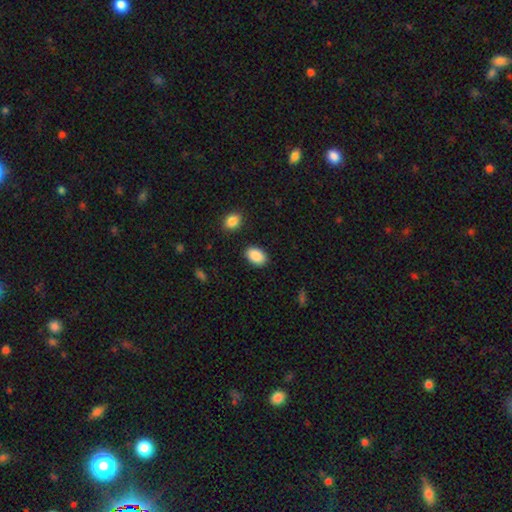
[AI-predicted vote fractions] Smooth or featured? smooth (89%)
How rounded? in between (89%)
Merging? none (87%)